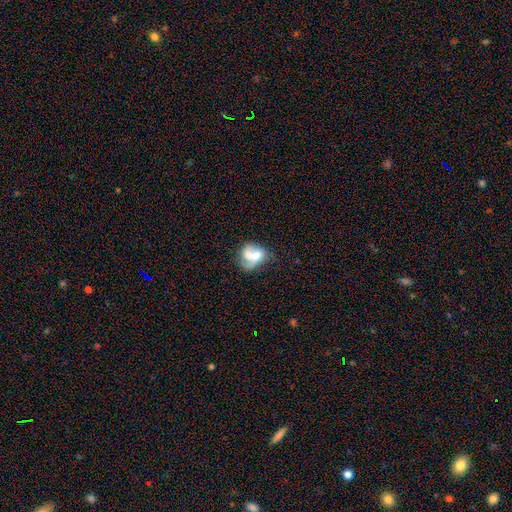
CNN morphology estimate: smooth_or_featured: smooth (p=0.47) [alt: featured or disk p=0.44]
merging: merger (p=0.43) [alt: none p=0.25]